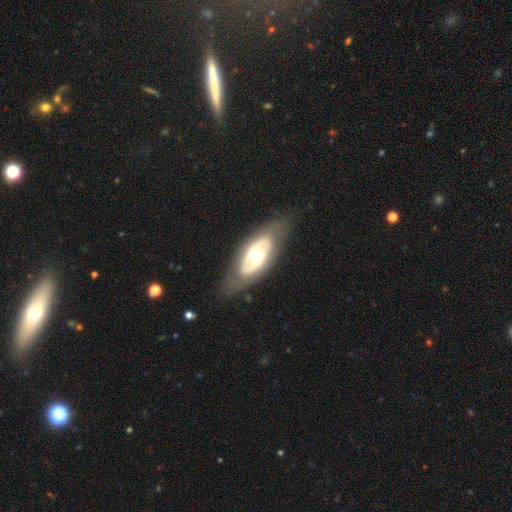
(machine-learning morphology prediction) The model was most divided on "smooth or featured": featured or disk: 64%, smooth: 31%, star or artifact: 5%. More confident: edge-on disk — no (86%); bar — no (79%); spiral arms — no (79%); merging — none (77%); bulge size — moderate (68%).